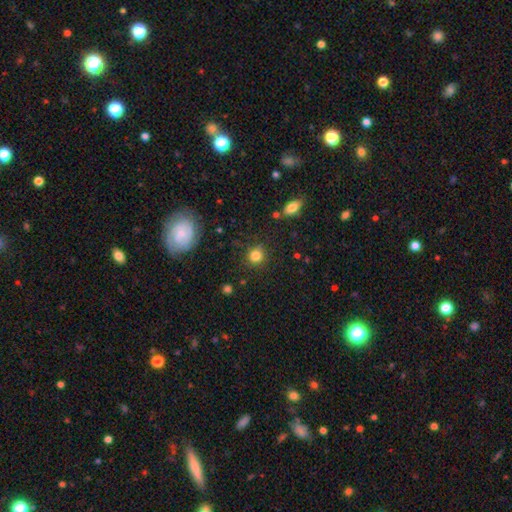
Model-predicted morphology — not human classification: The model was most divided on "smooth or featured": smooth: 82%, star or artifact: 12%, featured or disk: 6%. More confident: how rounded — round (86%); merging — none (85%).